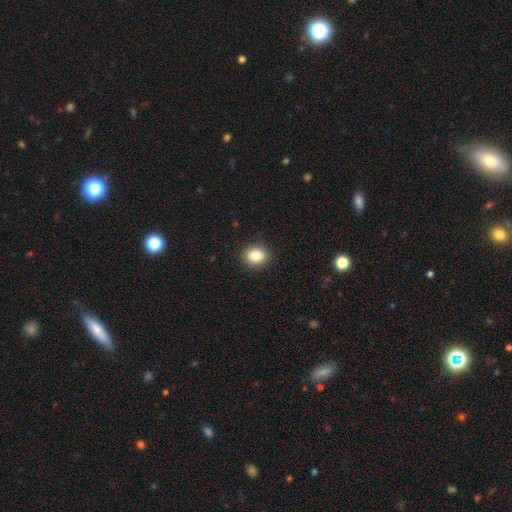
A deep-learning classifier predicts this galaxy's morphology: Smooth or featured: smooth — 84% (star or artifact — 10%)
How rounded: round — 63% (in between — 36%)
Merging: none — 90% (minor disturbance — 7%)